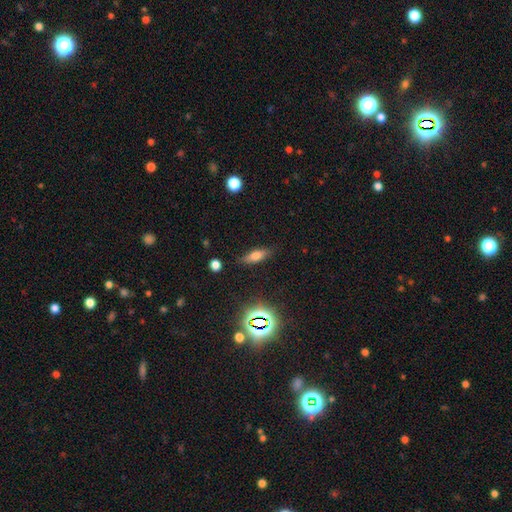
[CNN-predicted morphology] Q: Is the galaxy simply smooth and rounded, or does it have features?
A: smooth — 61%.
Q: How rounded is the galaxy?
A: in between — 56%.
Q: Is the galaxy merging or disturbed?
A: none — 83%.